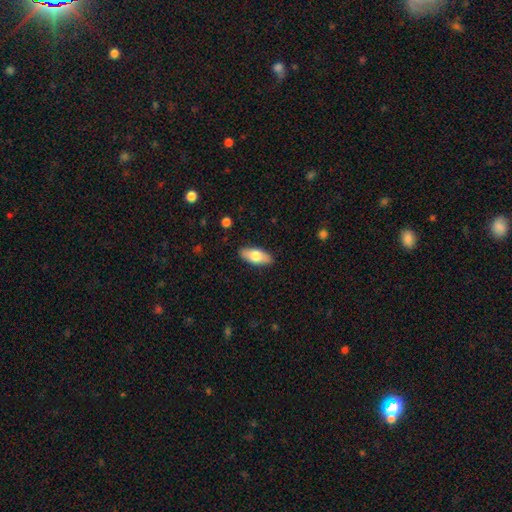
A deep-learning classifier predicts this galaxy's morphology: Q: Smooth or featured?
A: smooth (72%); runner-up: featured or disk (22%)
Q: How rounded?
A: in between (84%); runner-up: cigar-shaped (13%)
Q: Merging?
A: none (88%); runner-up: minor disturbance (9%)